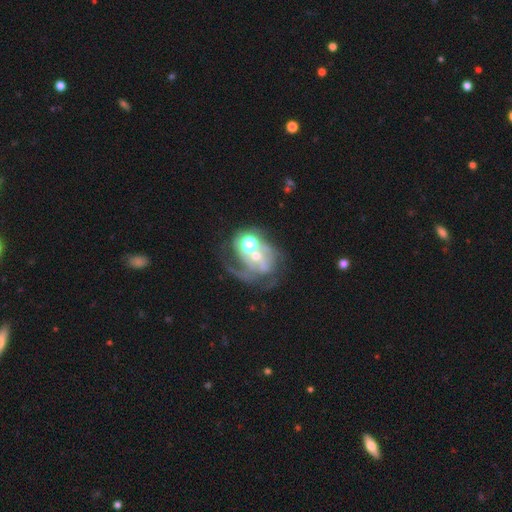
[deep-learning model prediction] This is likely a featured or disk galaxy (68%). It is clearly not viewed edge-on (98%). Bar: likely no (62%). Spiral arm pattern: likely yes (77%). Spiral arm count: marginally 2 (38%). Spiral winding: marginally medium (41%). Central bulge: possibly moderate (47%). Merging: marginally major disturbance (30%, tied with none).